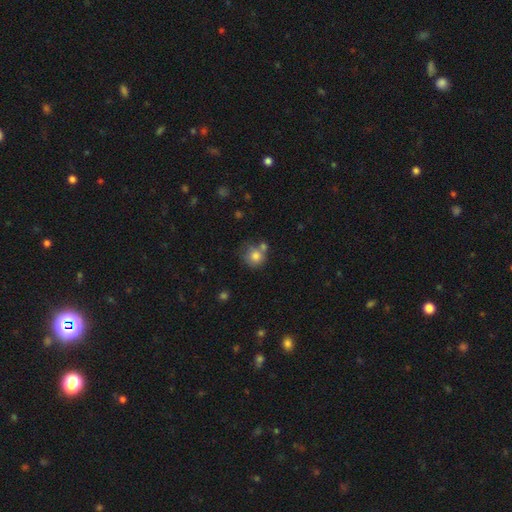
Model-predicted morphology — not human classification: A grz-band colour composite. It shows a smooth galaxy with no disk features (79%) that is round (86%). Merging: none (52%).